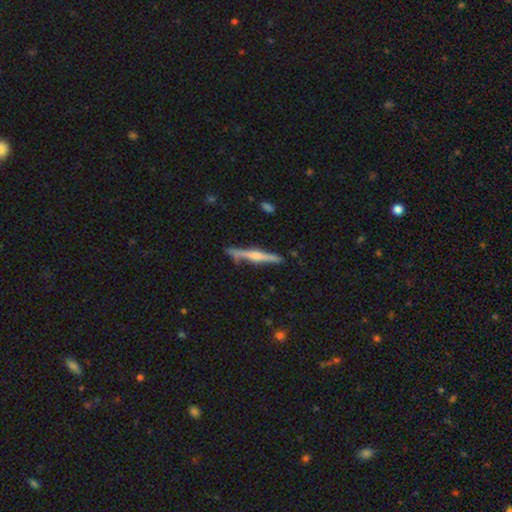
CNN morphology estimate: smooth-or-featured: featured or disk: 69% | smooth: 26% | star or artifact: 6%
  disk-edge-on: yes: 98% | no: 2%
    edge-on-bulge: rounded: 75% | boxy: 14% | none: 12%
  merging: none: 83% | minor disturbance: 12% | merger: 3% | major disturbance: 2%